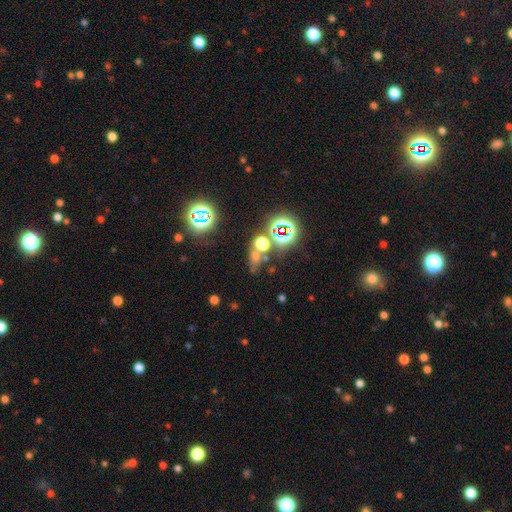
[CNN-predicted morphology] Smooth or featured? Predicted: star or artifact (p=0.50).